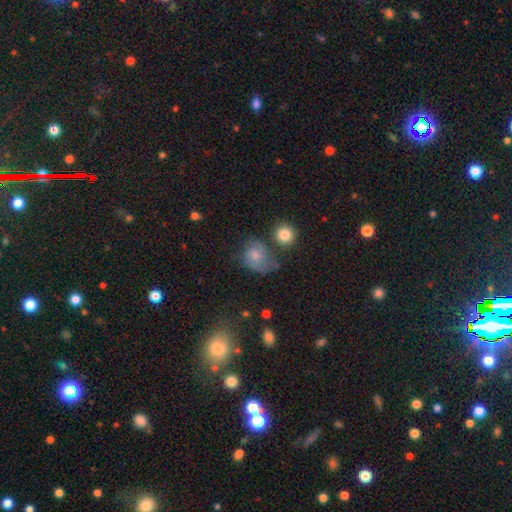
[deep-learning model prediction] smooth_or_featured: smooth (p=0.63) [alt: featured or disk p=0.25]
how_rounded: round (p=0.58) [alt: in between p=0.41]
merging: none (p=0.38) [alt: minor disturbance p=0.28]